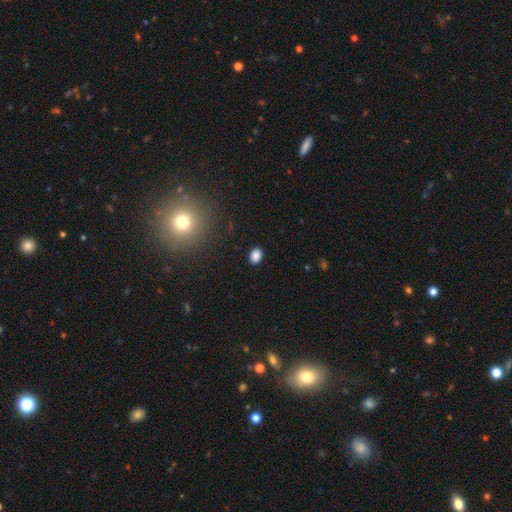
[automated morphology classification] This is clearly a smooth galaxy (86%). How rounded: likely in between (63%). Merging: clearly none (89%).